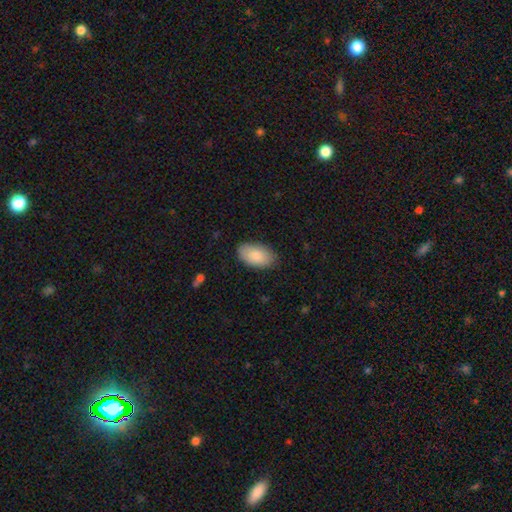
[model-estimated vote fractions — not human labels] This is clearly a smooth galaxy (86%). How rounded: clearly in between (95%). Merging: clearly none (84%).